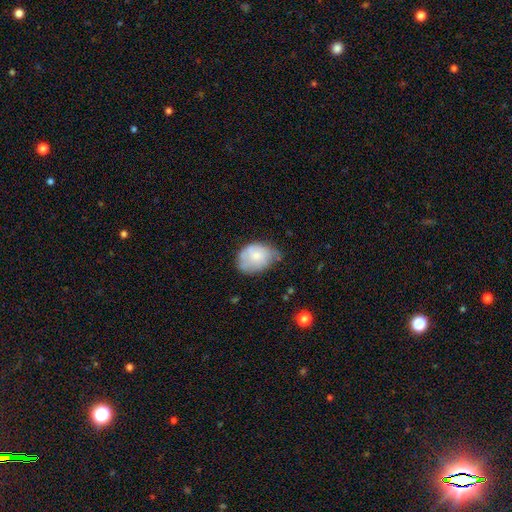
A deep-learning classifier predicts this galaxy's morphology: smooth_or_featured: smooth (p=0.67) [alt: featured or disk p=0.26]
how_rounded: in between (p=0.73) [alt: round p=0.26]
merging: minor disturbance (p=0.45) [alt: none p=0.37]